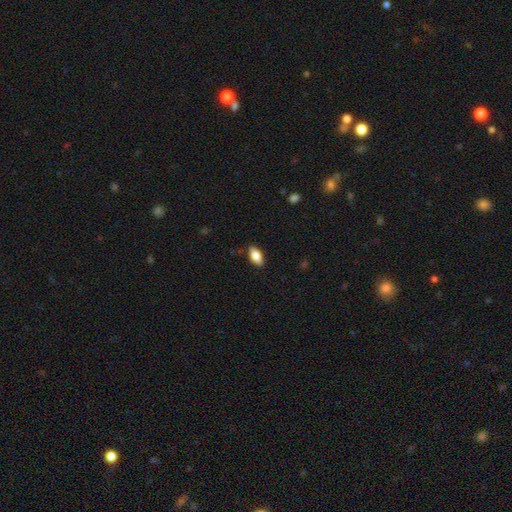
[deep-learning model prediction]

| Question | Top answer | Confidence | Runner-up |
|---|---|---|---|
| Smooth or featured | smooth | 78% | featured or disk (15%) |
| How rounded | in between | 87% | cigar-shaped (10%) |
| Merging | none | 86% | minor disturbance (11%) |